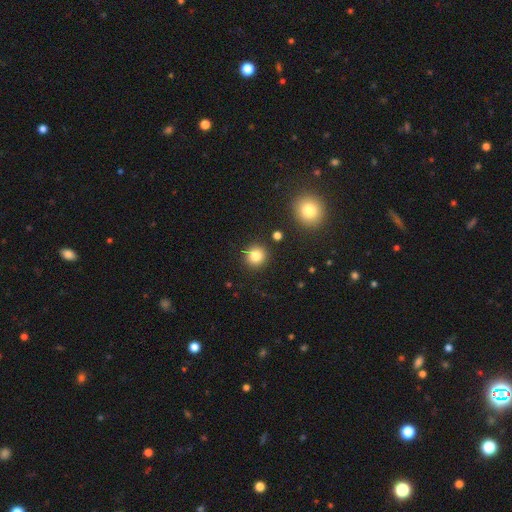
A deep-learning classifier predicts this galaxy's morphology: smooth_or_featured: smooth (p=0.82) [alt: star or artifact p=0.12]
how_rounded: round (p=0.92) [alt: in between p=0.07]
merging: none (p=0.89) [alt: minor disturbance p=0.06]